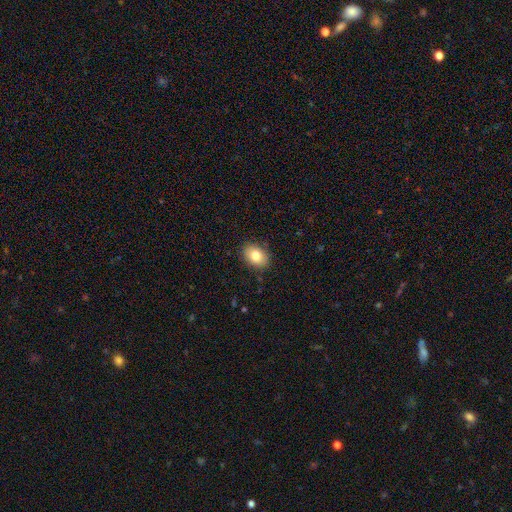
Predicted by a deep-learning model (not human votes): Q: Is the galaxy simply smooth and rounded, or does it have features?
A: smooth — 81%.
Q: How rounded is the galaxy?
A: in between — 75%.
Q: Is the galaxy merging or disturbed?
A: none — 88%.